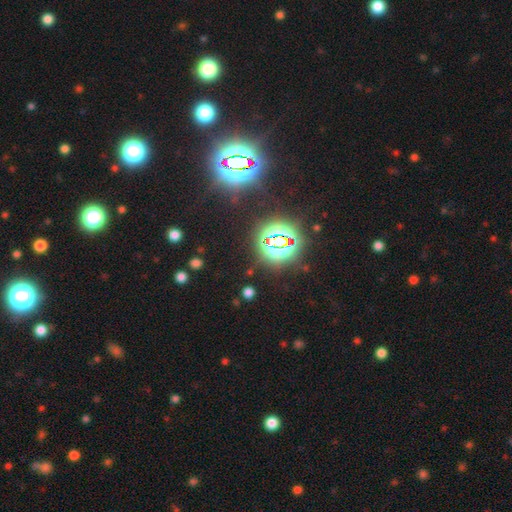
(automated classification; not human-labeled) Smooth or featured? star or artifact (83%)